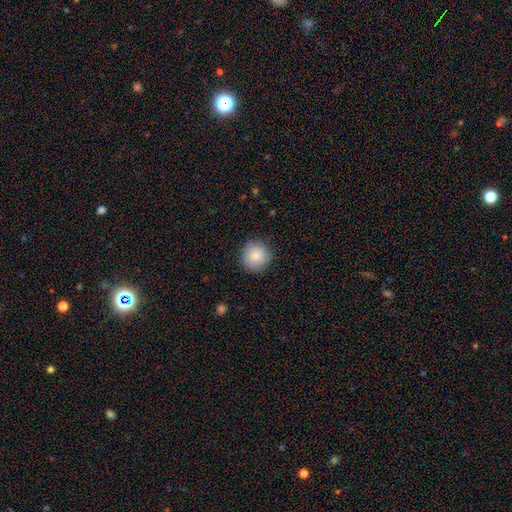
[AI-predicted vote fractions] A smooth galaxy with no disk features (85%) that is round (94%). Merging: none (87%).